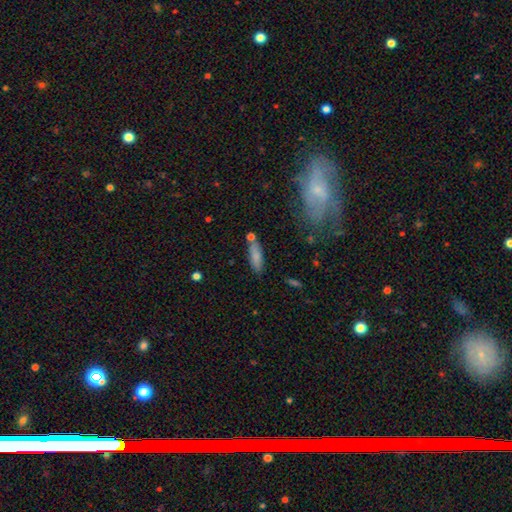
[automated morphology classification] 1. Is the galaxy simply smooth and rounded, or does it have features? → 79% smooth, 14% featured or disk, 7% star or artifact.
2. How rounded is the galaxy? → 51% in between, 47% cigar-shaped, 2% round.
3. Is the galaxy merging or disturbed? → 72% none, 14% minor disturbance, 10% merger, 4% major disturbance.